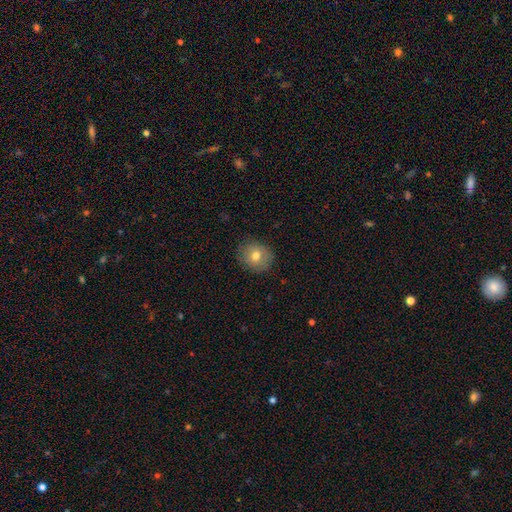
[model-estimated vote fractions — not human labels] Q: Smooth or featured?
A: smooth (73%); runner-up: featured or disk (18%)
Q: How rounded?
A: round (78%); runner-up: in between (22%)
Q: Merging?
A: none (85%); runner-up: minor disturbance (11%)